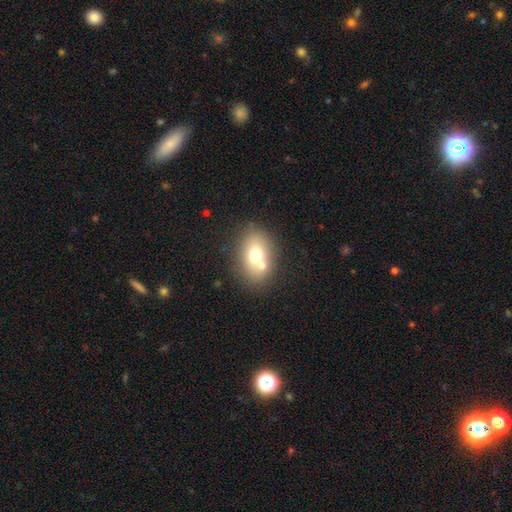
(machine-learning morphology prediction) Smooth or featured: smooth — 67% (featured or disk — 22%)
How rounded: in between — 71% (round — 28%)
Merging: none — 60% (merger — 24%)